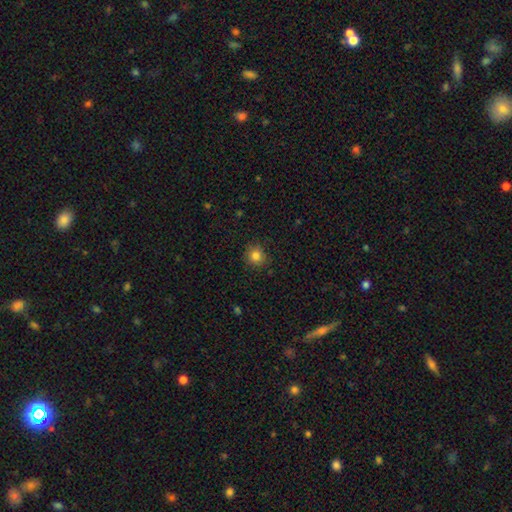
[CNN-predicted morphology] Overall: smooth (83%). How rounded: round (90%). Merging: none (88%).